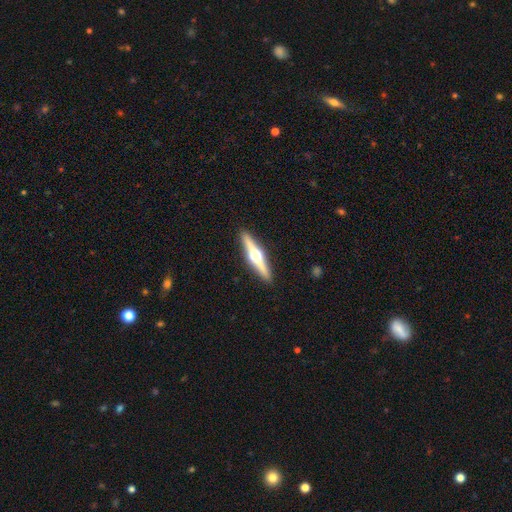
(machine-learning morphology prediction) featured or disk 76%, smooth 20%, star or artifact 5%. Down the decision tree: edge-on disk — yes (98%); edge-on bulge — rounded (96%); merging — none (92%).